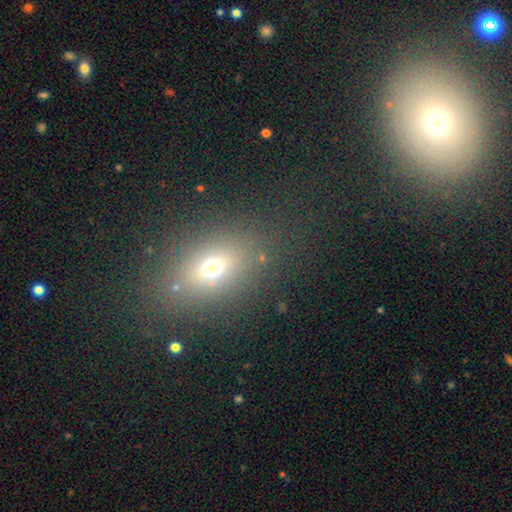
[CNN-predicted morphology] smooth_or_featured: smooth (p=0.61) [alt: star or artifact p=0.24]
how_rounded: in between (p=0.70) [alt: round p=0.24]
merging: none (p=0.80) [alt: minor disturbance p=0.11]